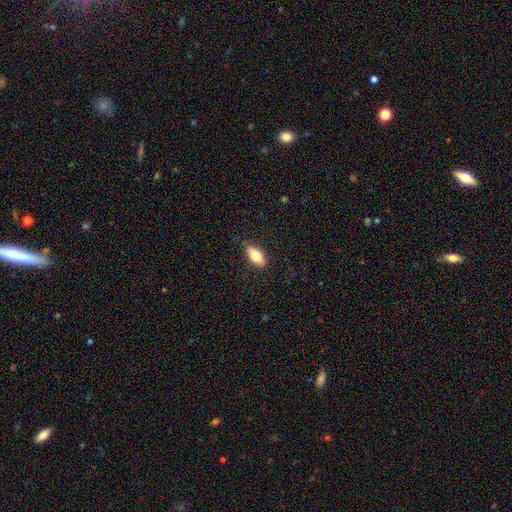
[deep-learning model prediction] smooth_or_featured: smooth (p=0.74) [alt: featured or disk p=0.19]
how_rounded: in between (p=0.86) [alt: cigar-shaped p=0.11]
merging: none (p=0.84) [alt: minor disturbance p=0.12]